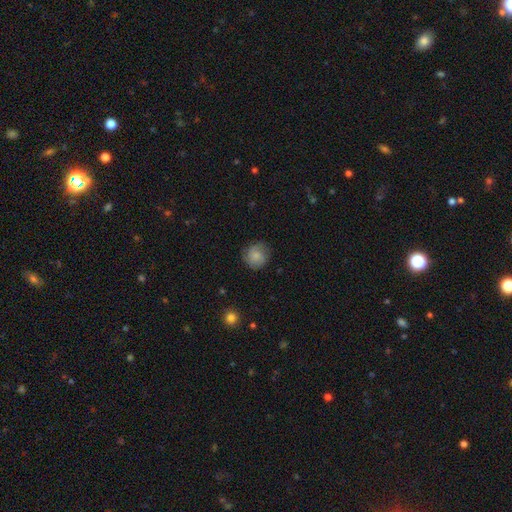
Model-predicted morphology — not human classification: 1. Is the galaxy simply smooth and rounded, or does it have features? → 79% smooth, 13% featured or disk, 8% star or artifact.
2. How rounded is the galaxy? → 89% round, 10% in between, 1% cigar-shaped.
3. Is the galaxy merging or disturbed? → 79% none, 16% minor disturbance, 4% major disturbance, 1% merger.